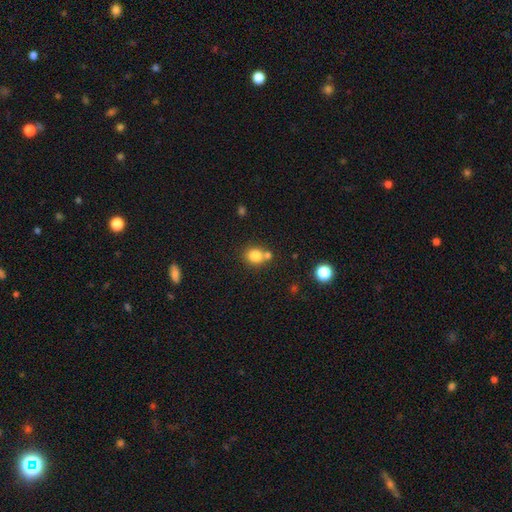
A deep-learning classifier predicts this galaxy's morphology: Smooth or featured: smooth — 82% (star or artifact — 11%)
How rounded: round — 74% (in between — 25%)
Merging: none — 56% (merger — 31%)